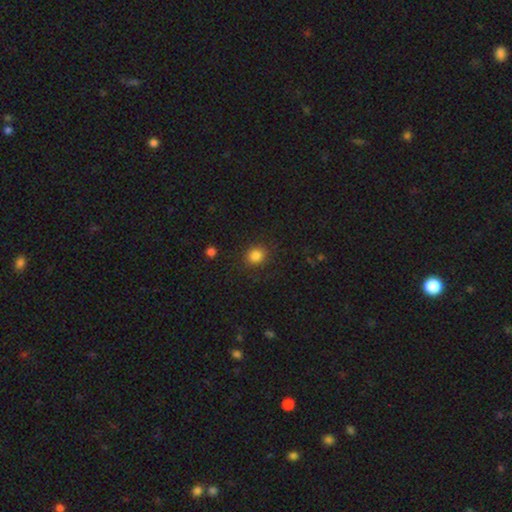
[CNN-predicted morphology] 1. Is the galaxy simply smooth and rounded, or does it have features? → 84% smooth, 12% star or artifact, 4% featured or disk.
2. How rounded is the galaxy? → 80% round, 19% in between, 1% cigar-shaped.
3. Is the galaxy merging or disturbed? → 88% none, 8% minor disturbance, 3% major disturbance, 1% merger.